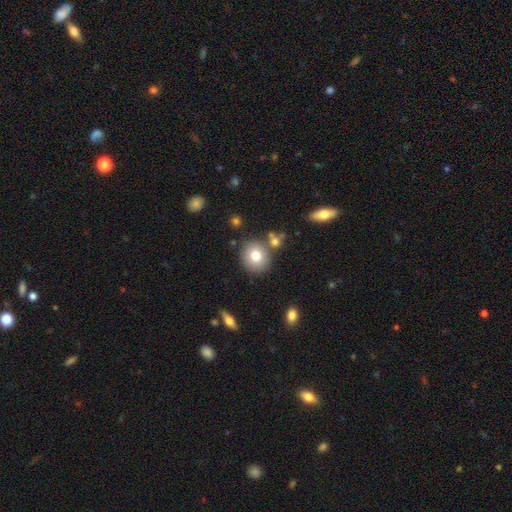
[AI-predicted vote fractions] Smooth or featured: smooth — 77% (featured or disk — 13%)
How rounded: round — 85% (in between — 14%)
Merging: none — 77% (merger — 11%)